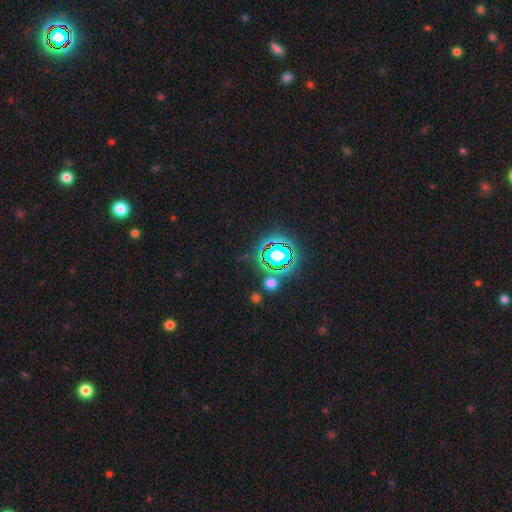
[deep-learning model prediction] Smooth or featured?
  - star or artifact: 81% *
  - smooth: 12%
  - featured or disk: 7%